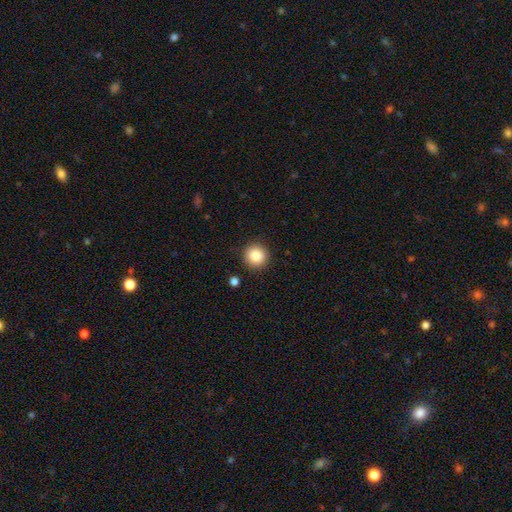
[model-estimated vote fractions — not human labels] smooth-or-featured: smooth: 86% | star or artifact: 10% | featured or disk: 5%
  how-rounded: round: 95% | in between: 4% | cigar-shaped: 1%
  merging: none: 90% | minor disturbance: 6% | major disturbance: 2% | merger: 2%